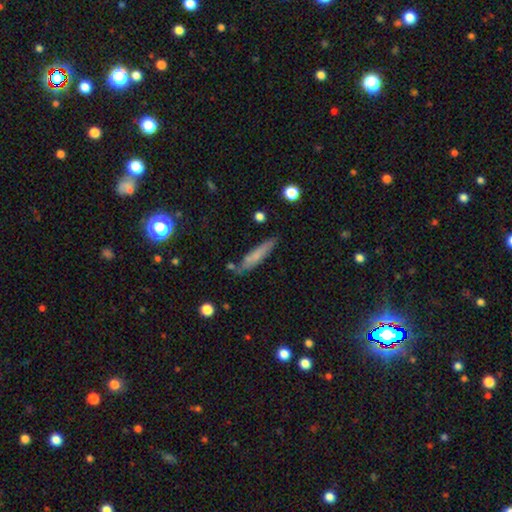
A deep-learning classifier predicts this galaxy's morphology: smooth_or_featured: smooth (p=0.67) [alt: featured or disk p=0.25]
how_rounded: cigar-shaped (p=0.86) [alt: in between p=0.12]
merging: none (p=0.74) [alt: minor disturbance p=0.17]